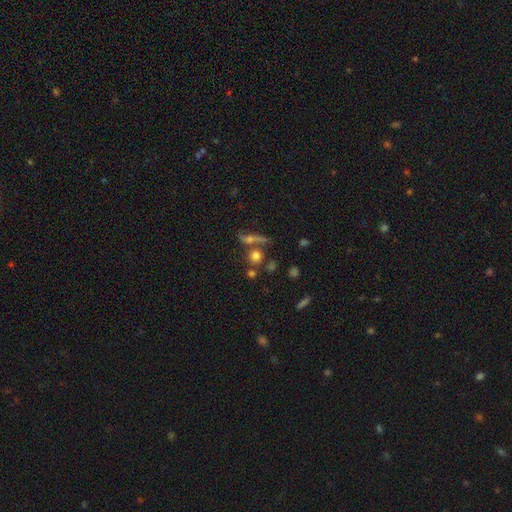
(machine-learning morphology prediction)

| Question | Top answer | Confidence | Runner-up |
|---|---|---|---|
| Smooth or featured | smooth | 67% | featured or disk (18%) |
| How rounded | round | 85% | in between (11%) |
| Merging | none | 58% | merger (27%) |